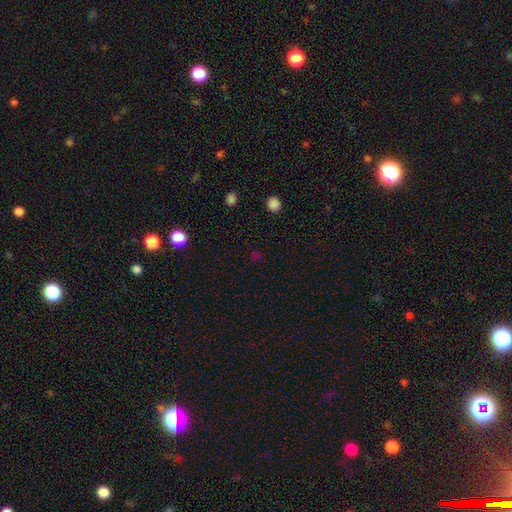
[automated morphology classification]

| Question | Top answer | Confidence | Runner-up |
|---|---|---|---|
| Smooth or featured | star or artifact | 51% | smooth (42%) |